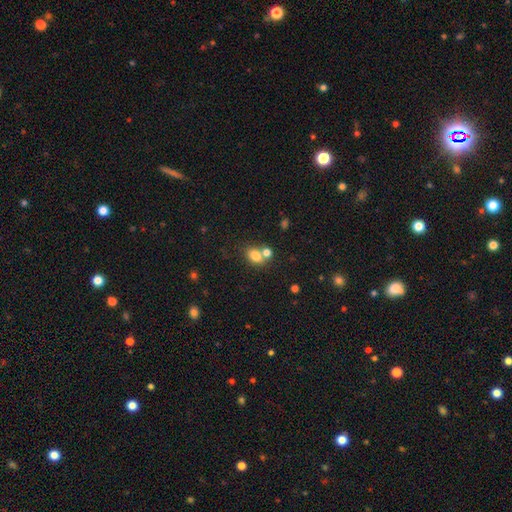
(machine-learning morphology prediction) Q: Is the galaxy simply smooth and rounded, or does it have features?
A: smooth — 78%.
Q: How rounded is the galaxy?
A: in between — 58%.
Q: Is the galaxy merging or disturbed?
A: none — 46%.